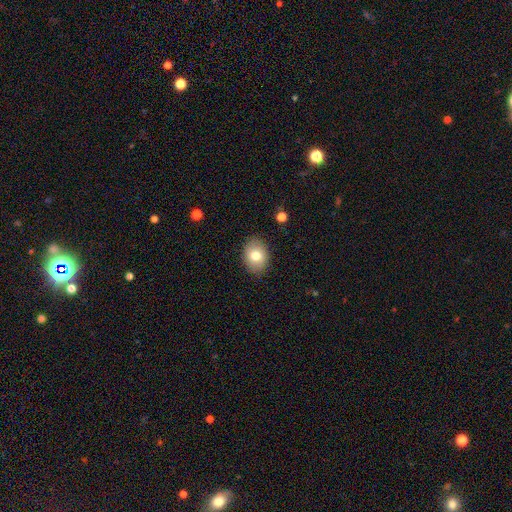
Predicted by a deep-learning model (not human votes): Smooth or featured? smooth (79%)
How rounded? in between (63%)
Merging? none (87%)